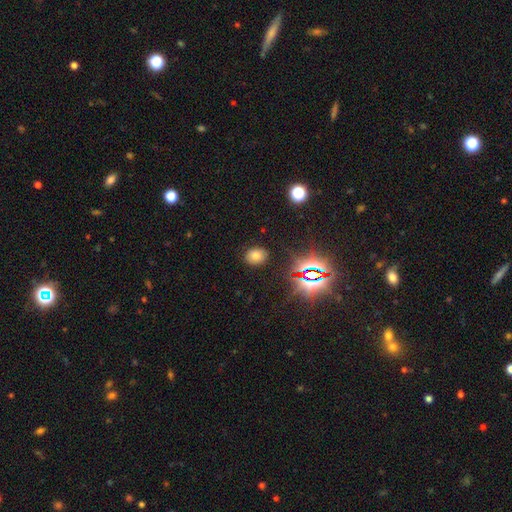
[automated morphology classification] The model was most divided on "how rounded": in between: 56%, round: 43%, cigar-shaped: 1%. More confident: merging — none (86%); smooth or featured — smooth (68%).